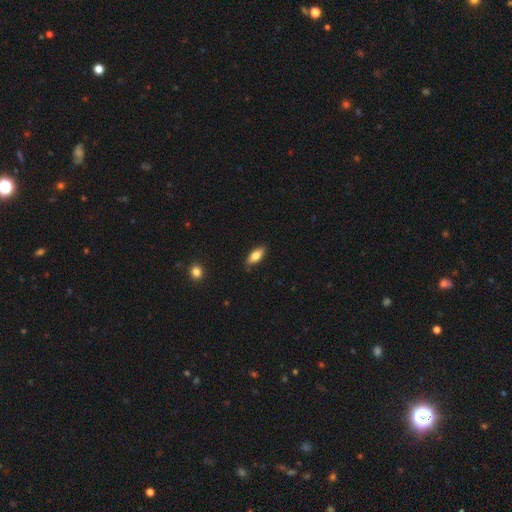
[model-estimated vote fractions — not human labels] A smooth galaxy with no disk features (77%) that is in between round and cigar-shaped (78%). Merging: none (84%).